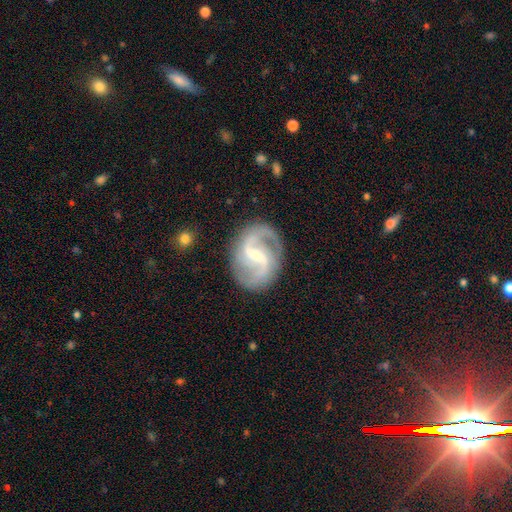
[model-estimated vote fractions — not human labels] Q: Smooth or featured?
A: featured or disk (89%); runner-up: smooth (6%)
Q: Edge-on disk?
A: no (98%); runner-up: yes (2%)
Q: Bar?
A: weak (50%); runner-up: strong (37%)
Q: Spiral arms?
A: yes (97%); runner-up: no (3%)
Q: Spiral winding?
A: medium (52%); runner-up: loose (34%)
Q: Spiral arm count?
A: 2 (91%); runner-up: can't tell (3%)
Q: Bulge size?
A: small (58%); runner-up: moderate (26%)
Q: Merging?
A: none (82%); runner-up: minor disturbance (12%)